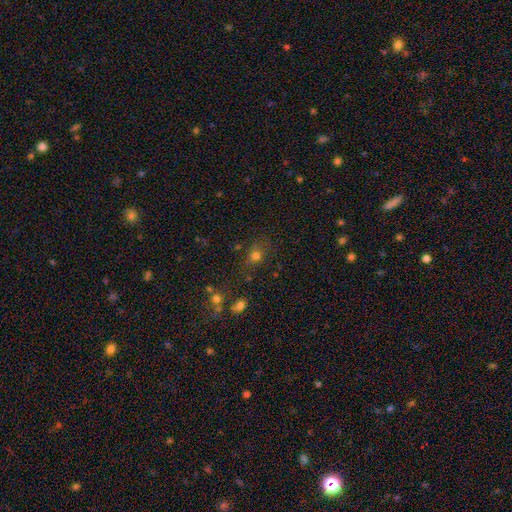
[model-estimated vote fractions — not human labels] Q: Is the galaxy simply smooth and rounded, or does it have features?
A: smooth — 72%.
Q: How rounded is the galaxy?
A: round — 62%.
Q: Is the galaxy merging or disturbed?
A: none — 66%.